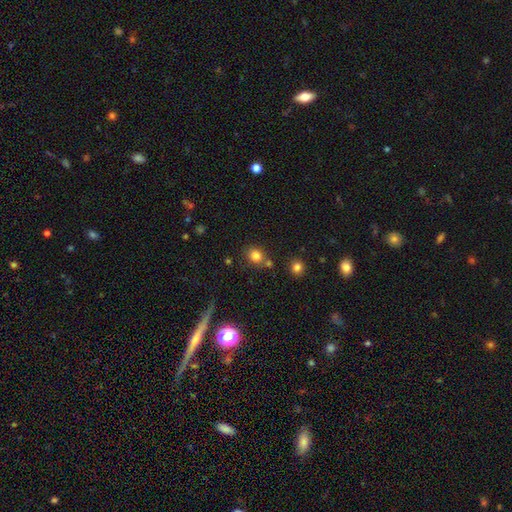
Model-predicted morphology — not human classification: Smooth or featured: smooth — 80% (star or artifact — 13%)
How rounded: round — 74% (in between — 25%)
Merging: none — 67% (merger — 18%)